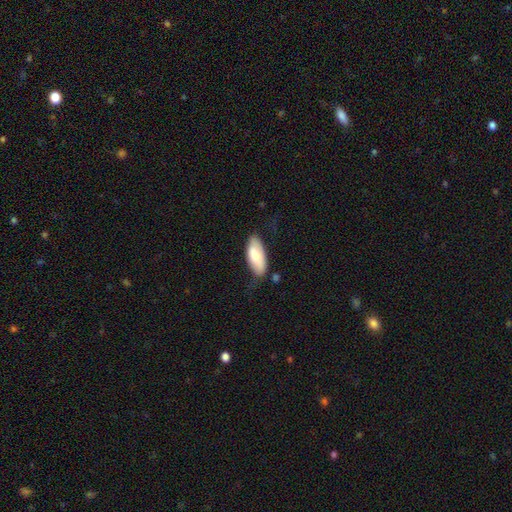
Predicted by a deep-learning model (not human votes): Smooth or featured? Predicted: smooth (p=0.77). How rounded? Predicted: in between (p=0.85). Merging? Predicted: none (p=0.62).